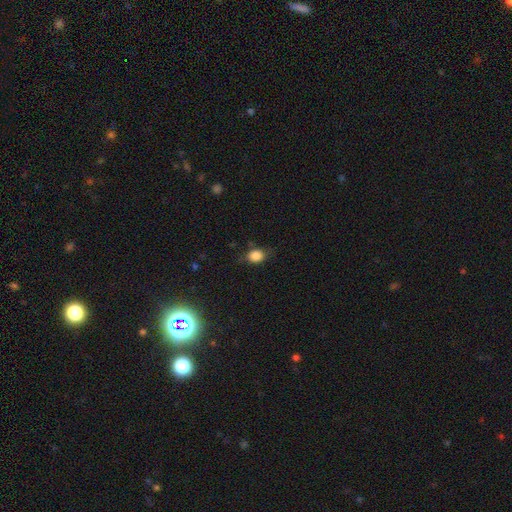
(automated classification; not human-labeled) smooth_or_featured: smooth (p=0.84) [alt: star or artifact p=0.10]
how_rounded: in between (p=0.52) [alt: round p=0.46]
merging: none (p=0.71) [alt: minor disturbance p=0.22]